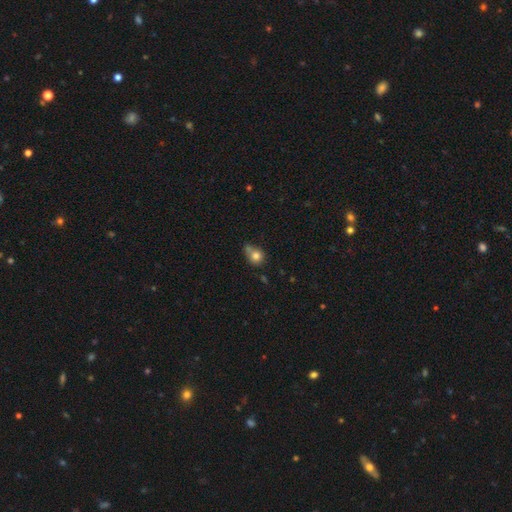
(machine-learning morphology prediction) smooth_or_featured: smooth (p=0.79) [alt: star or artifact p=0.11]
how_rounded: round (p=0.77) [alt: in between p=0.22]
merging: none (p=0.47) [alt: merger p=0.24]